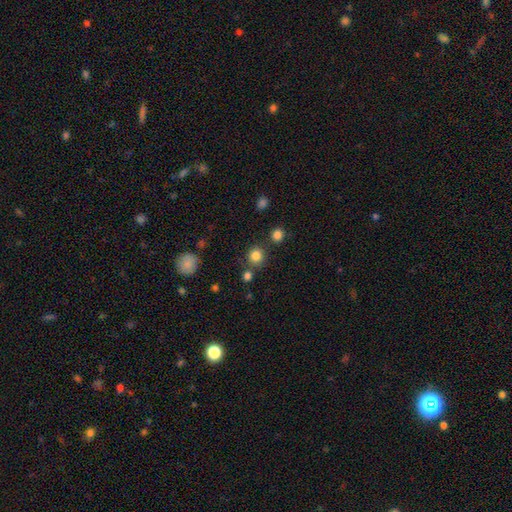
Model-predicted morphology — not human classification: Smooth or featured?
  - smooth: 83% *
  - star or artifact: 12%
  - featured or disk: 5%
How rounded?
  - round: 90% *
  - in between: 9%
  - cigar-shaped: 1%
Merging?
  - none: 78% *
  - merger: 10%
  - minor disturbance: 9%
  - major disturbance: 3%